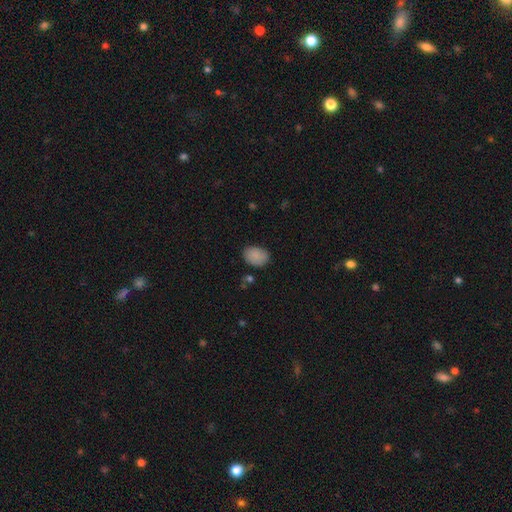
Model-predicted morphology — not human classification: A smooth galaxy with no disk features (88%) that is in between round and cigar-shaped (75%). Merging: none (81%).